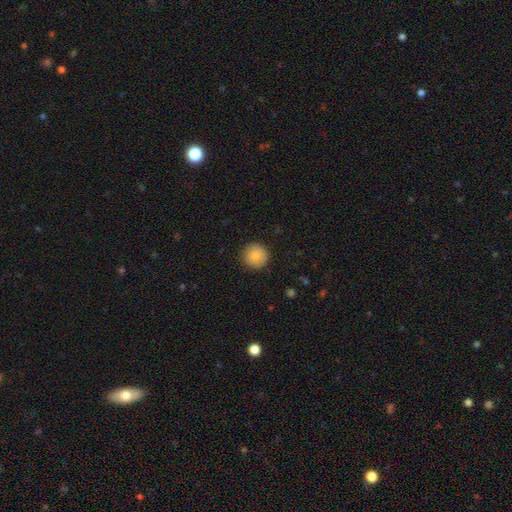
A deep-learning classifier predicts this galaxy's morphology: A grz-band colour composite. It shows a smooth galaxy with no disk features (83%) that is round (96%). Merging: none (90%).